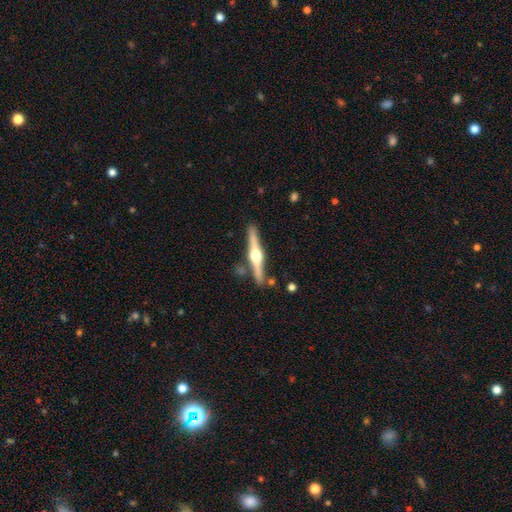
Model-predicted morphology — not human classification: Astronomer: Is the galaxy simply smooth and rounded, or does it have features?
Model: featured or disk — 81%.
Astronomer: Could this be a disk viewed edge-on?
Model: yes — 98%.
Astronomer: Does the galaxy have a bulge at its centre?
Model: rounded — 96%.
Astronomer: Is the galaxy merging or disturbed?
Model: none — 86%.